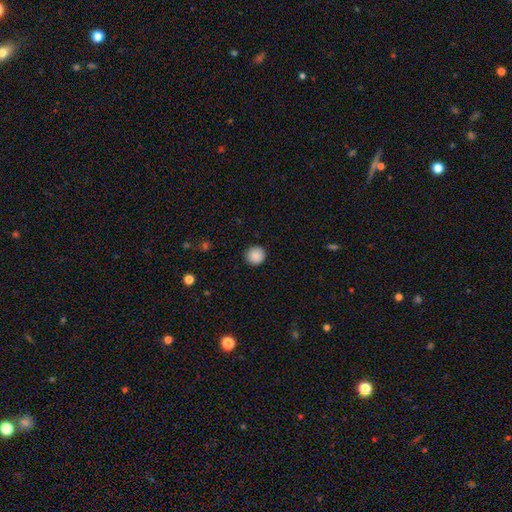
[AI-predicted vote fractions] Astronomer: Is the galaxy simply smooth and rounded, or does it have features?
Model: smooth — 89%.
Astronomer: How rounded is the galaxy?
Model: round — 94%.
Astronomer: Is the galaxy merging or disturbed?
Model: none — 92%.